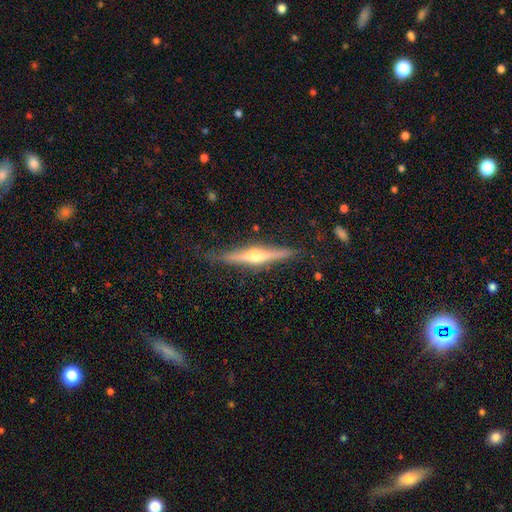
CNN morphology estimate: A featured or disk galaxy (75%) viewed edge-on (98%) with a rounded central bulge (93%).

Vote fractions:
- Smooth or featured? featured or disk: 75% / smooth: 19% / star or artifact: 6%
- Edge-on disk? yes: 98% / no: 2%
- Edge-on bulge? rounded: 93% / none: 4% / boxy: 3%
- Merging? none: 86% / minor disturbance: 10% / major disturbance: 2% / merger: 1%